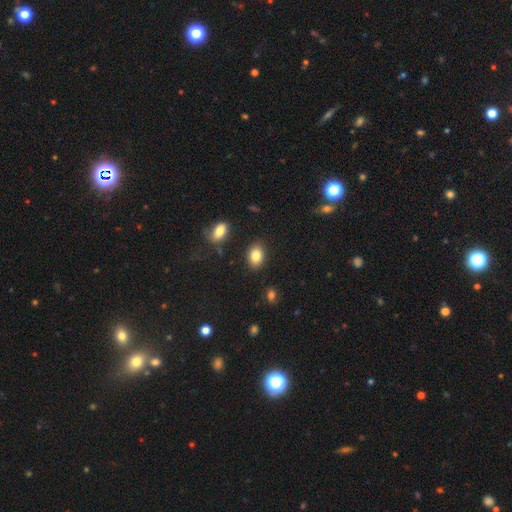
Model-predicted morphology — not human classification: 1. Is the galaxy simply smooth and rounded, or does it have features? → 84% smooth, 8% star or artifact, 8% featured or disk.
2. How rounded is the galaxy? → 78% in between, 21% round, 1% cigar-shaped.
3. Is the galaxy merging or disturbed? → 86% none, 10% minor disturbance, 2% major disturbance, 2% merger.